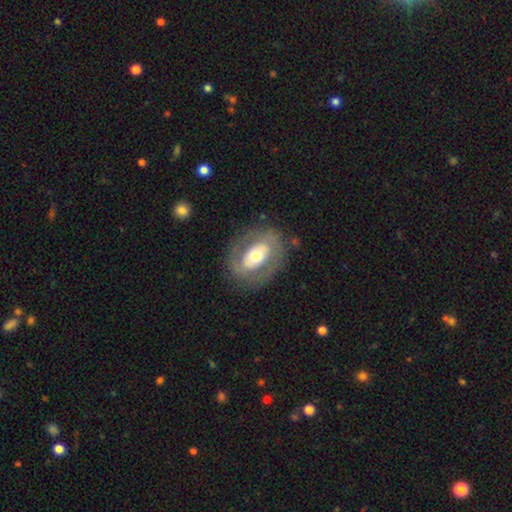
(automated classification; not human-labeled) Smooth or featured: featured or disk — 62% (smooth — 32%)
Edge-on disk: no — 93% (yes — 7%)
Bar: no — 43% (strong — 30%)
Spiral arms: no — 58% (yes — 42%)
Bulge size: moderate — 62% (large — 22%)
Merging: none — 77% (minor disturbance — 13%)